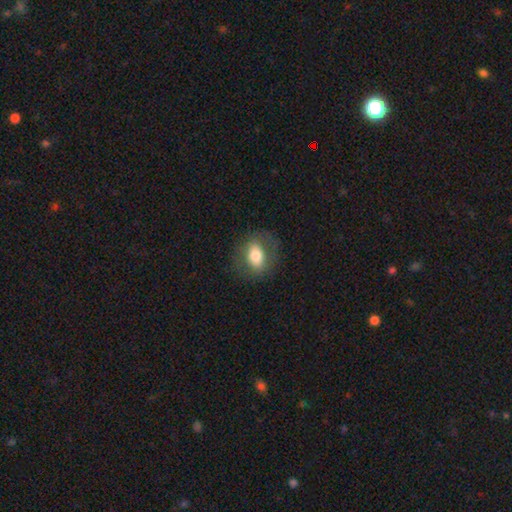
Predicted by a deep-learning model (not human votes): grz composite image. It shows a smooth galaxy with no disk features (64%) that is in between round and cigar-shaped (72%). Merging: none (78%).